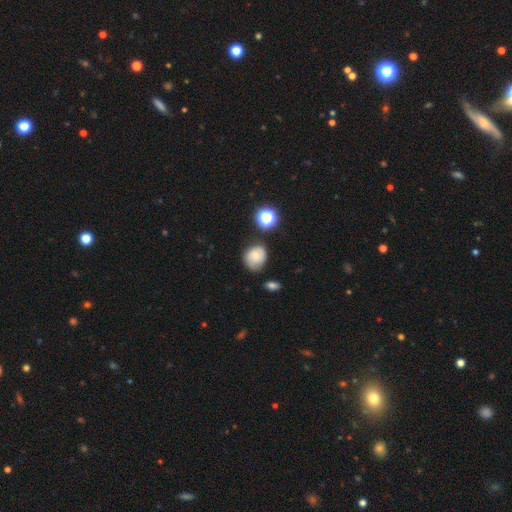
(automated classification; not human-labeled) Q: Smooth or featured?
A: smooth (64%); runner-up: featured or disk (24%)
Q: How rounded?
A: round (62%); runner-up: in between (37%)
Q: Merging?
A: none (61%); runner-up: minor disturbance (27%)